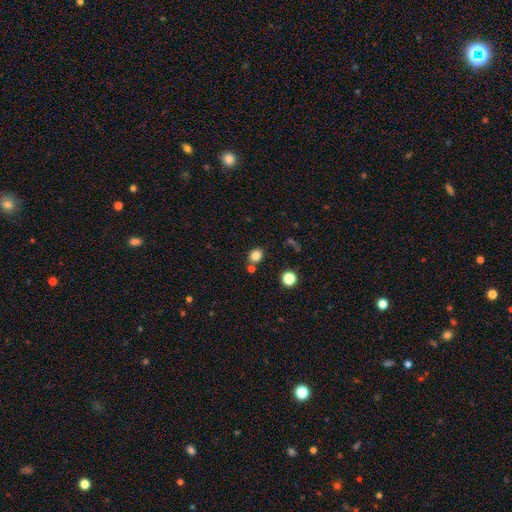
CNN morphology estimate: smooth_or_featured: smooth (p=0.81) [alt: star or artifact p=0.13]
how_rounded: round (p=0.65) [alt: in between p=0.34]
merging: none (p=0.77) [alt: merger p=0.10]